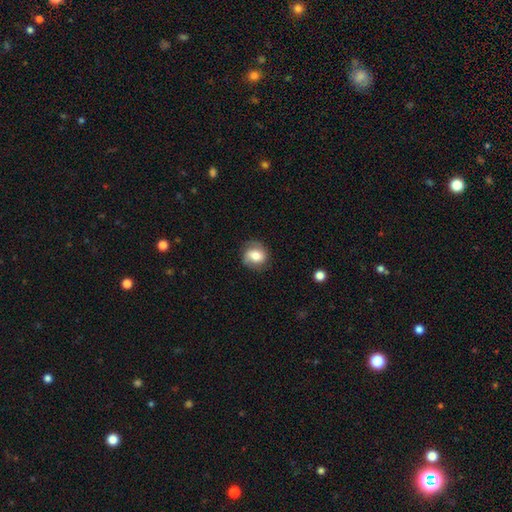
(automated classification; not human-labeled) This is possibly a smooth galaxy (55%). How rounded: likely round (65%). Merging: likely none (74%).